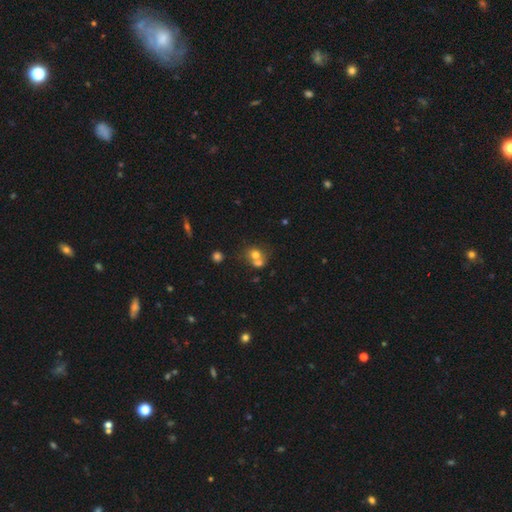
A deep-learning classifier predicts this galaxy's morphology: The model was most divided on "merging": merger: 55%, none: 33%, minor disturbance: 8%, major disturbance: 4%. More confident: how rounded — round (72%); smooth or featured — smooth (69%).